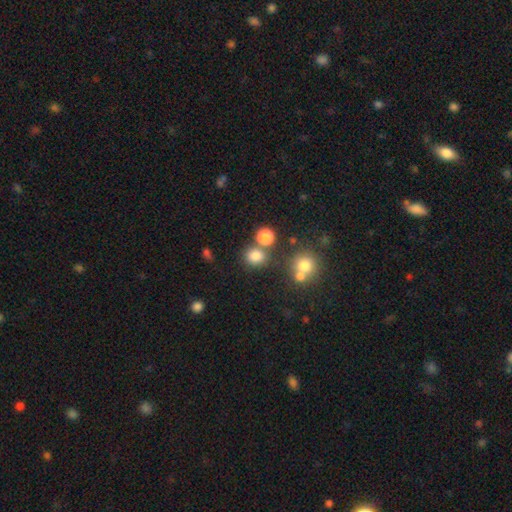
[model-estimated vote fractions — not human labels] Overall: smooth (78%). How rounded: round (75%). Merging: none (69%).